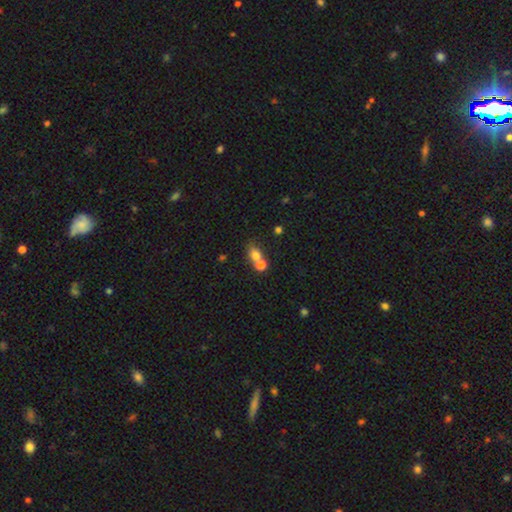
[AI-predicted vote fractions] Smooth or featured? smooth (73%)
How rounded? round (51%)
Merging? merger (52%)